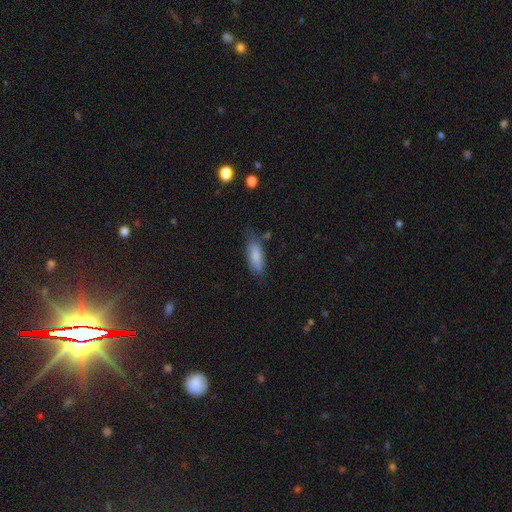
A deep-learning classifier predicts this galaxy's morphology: This appears to be a smooth galaxy with no disk features (81%) that is in between round and cigar-shaped (73%). Merging: none (58%).